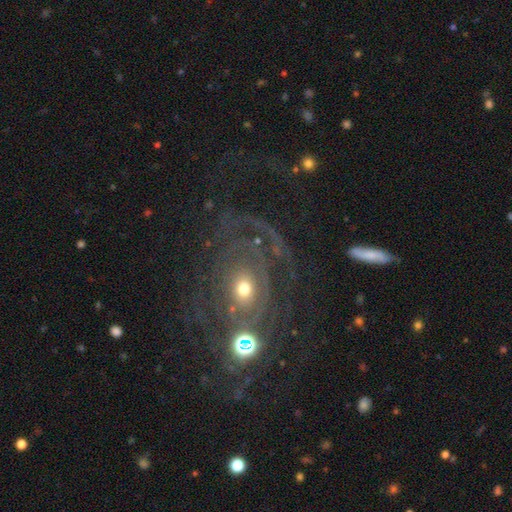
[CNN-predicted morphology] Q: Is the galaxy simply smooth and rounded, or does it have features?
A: featured or disk — 56%.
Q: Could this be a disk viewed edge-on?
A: no — 94%.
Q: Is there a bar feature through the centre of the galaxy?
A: no — 81%.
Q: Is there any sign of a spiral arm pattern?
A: yes — 61%.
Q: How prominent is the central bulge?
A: moderate — 45%.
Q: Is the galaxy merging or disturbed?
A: none — 43%.